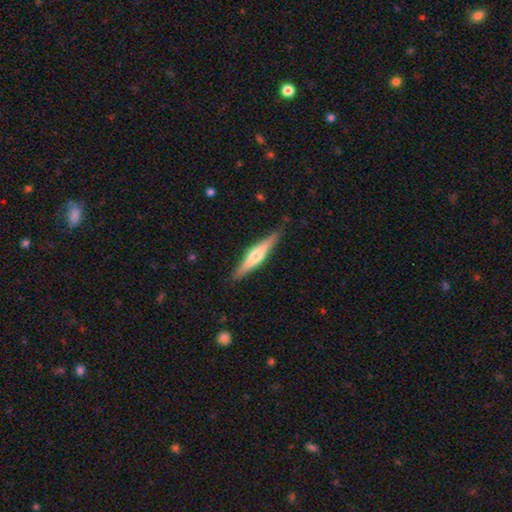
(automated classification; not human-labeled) The model was most divided on "smooth or featured": featured or disk: 62%, smooth: 33%, star or artifact: 5%. More confident: edge-on disk — yes (97%); merging — none (87%); edge-on bulge — rounded (85%).